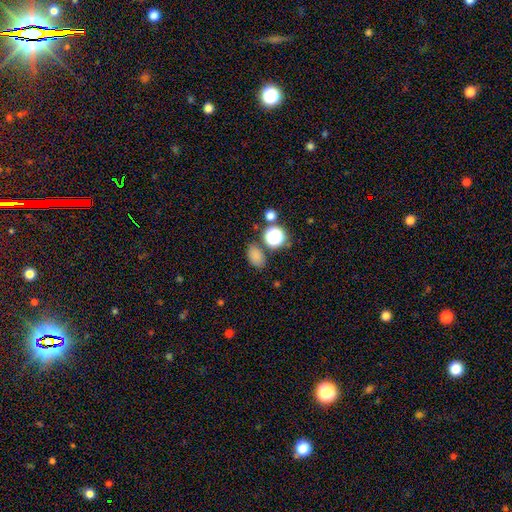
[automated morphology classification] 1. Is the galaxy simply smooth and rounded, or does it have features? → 77% smooth, 18% star or artifact, 6% featured or disk.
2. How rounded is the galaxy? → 75% in between, 23% round, 1% cigar-shaped.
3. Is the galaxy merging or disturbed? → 76% none, 12% minor disturbance, 8% merger, 4% major disturbance.